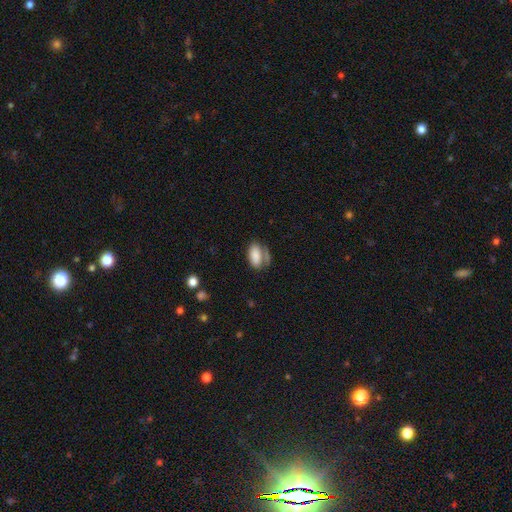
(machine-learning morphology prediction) Smooth or featured: smooth — 82% (featured or disk — 10%)
How rounded: in between — 91% (cigar-shaped — 4%)
Merging: none — 51% (minor disturbance — 20%)